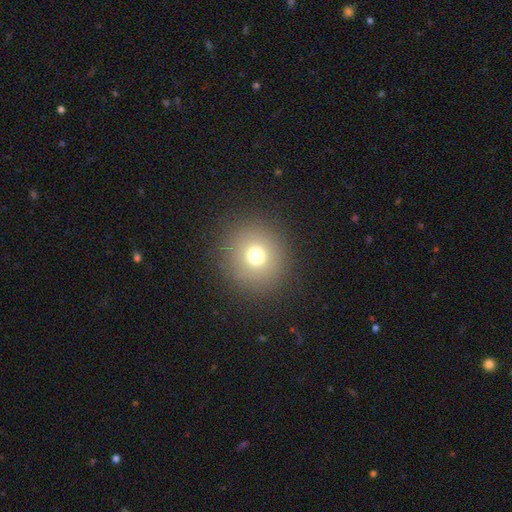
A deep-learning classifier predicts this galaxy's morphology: Q: Smooth or featured?
A: smooth (72%); runner-up: star or artifact (17%)
Q: How rounded?
A: round (93%); runner-up: in between (6%)
Q: Merging?
A: none (89%); runner-up: minor disturbance (6%)